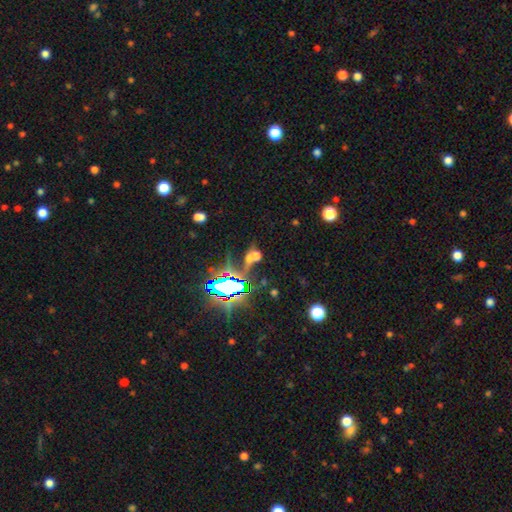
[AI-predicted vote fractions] Smooth or featured?
  - star or artifact: 44% *
  - smooth: 40%
  - featured or disk: 16%